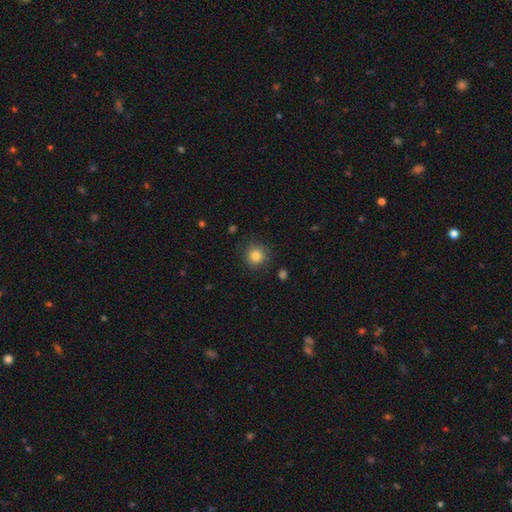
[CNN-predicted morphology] Q: Smooth or featured?
A: smooth (82%); runner-up: star or artifact (10%)
Q: How rounded?
A: round (93%); runner-up: in between (6%)
Q: Merging?
A: none (82%); runner-up: minor disturbance (12%)